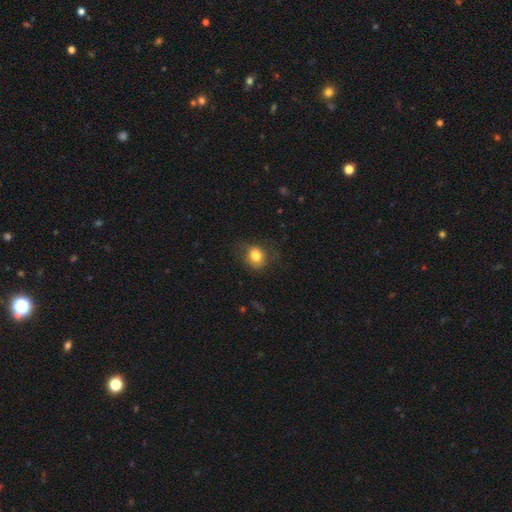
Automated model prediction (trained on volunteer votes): The model was most divided on "how rounded": round: 61%, in between: 38%, cigar-shaped: 1%. More confident: smooth or featured — smooth (79%); merging — none (66%).